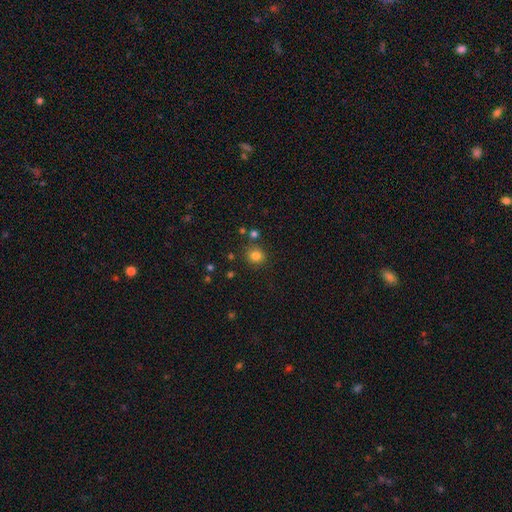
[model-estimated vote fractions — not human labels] A smooth galaxy with no disk features (81%) that is round (86%).

Vote fractions:
- Smooth or featured? smooth: 81% / star or artifact: 13% / featured or disk: 5%
- How rounded? round: 86% / in between: 13% / cigar-shaped: 1%
- Merging? none: 82% / minor disturbance: 9% / merger: 6% / major disturbance: 3%